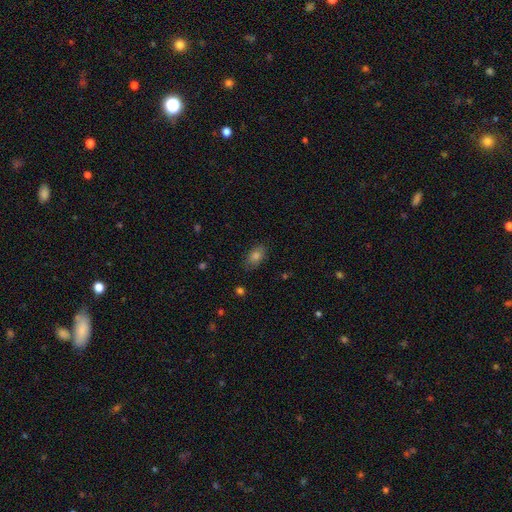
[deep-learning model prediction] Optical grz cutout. It shows a smooth galaxy with no disk features (68%) that is in between round and cigar-shaped (86%). Merging: none (81%).